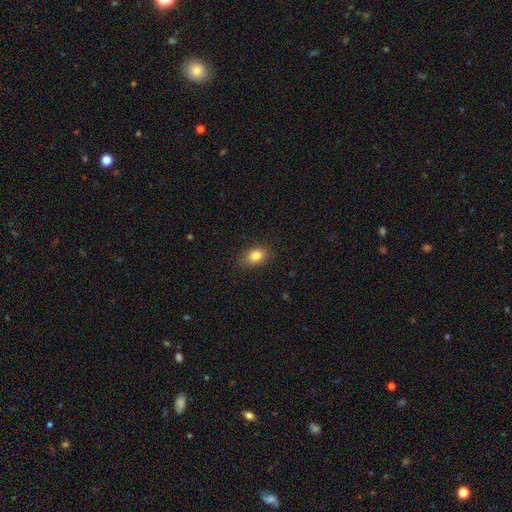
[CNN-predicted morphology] Q: Smooth or featured?
A: smooth (83%); runner-up: star or artifact (9%)
Q: How rounded?
A: in between (78%); runner-up: round (20%)
Q: Merging?
A: none (87%); runner-up: minor disturbance (10%)